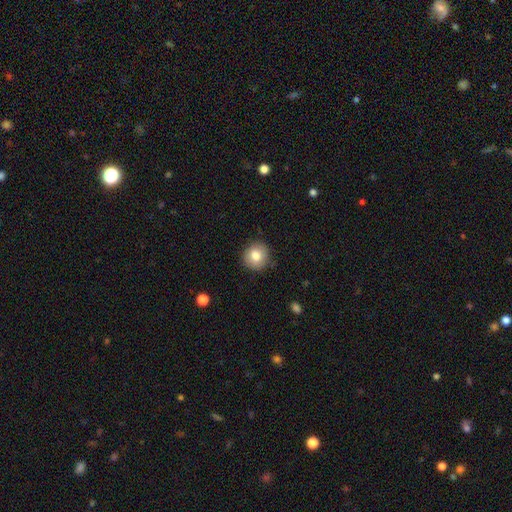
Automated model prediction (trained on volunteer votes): smooth_or_featured: smooth (p=0.81) [alt: featured or disk p=0.10]
how_rounded: round (p=0.89) [alt: in between p=0.10]
merging: none (p=0.87) [alt: minor disturbance p=0.09]